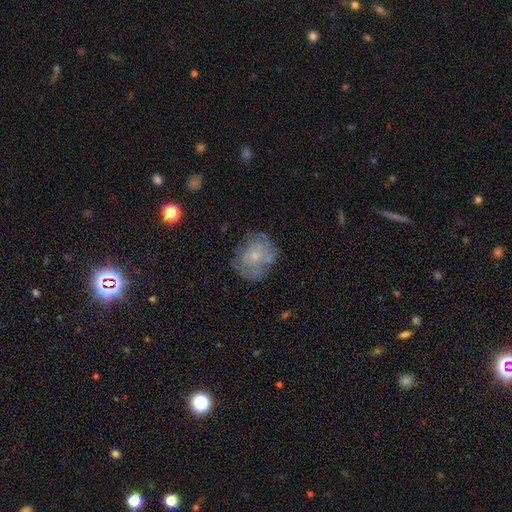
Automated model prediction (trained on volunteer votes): smooth_or_featured: featured or disk (p=0.54) [alt: smooth p=0.36]
disk_edge_on: no (p=0.97) [alt: yes p=0.03]
bar: no (p=0.86) [alt: weak p=0.12]
has_spiral_arms: yes (p=0.58) [alt: no p=0.42]
bulge_size: small (p=0.75) [alt: moderate p=0.16]
merging: none (p=0.62) [alt: minor disturbance p=0.22]